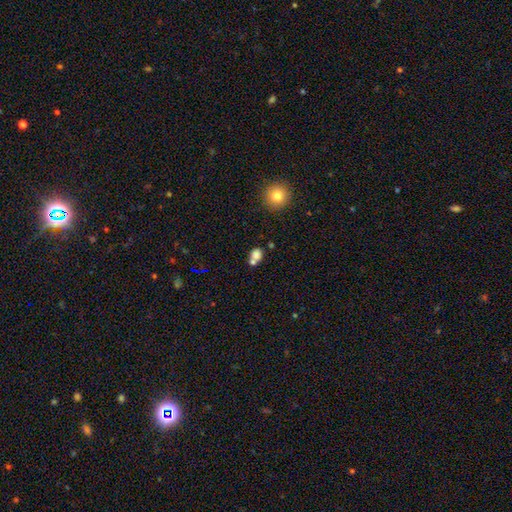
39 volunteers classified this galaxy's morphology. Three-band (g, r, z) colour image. It shows a smooth galaxy with no disk features (79%) that is round (74%). Merging: merger (59%).